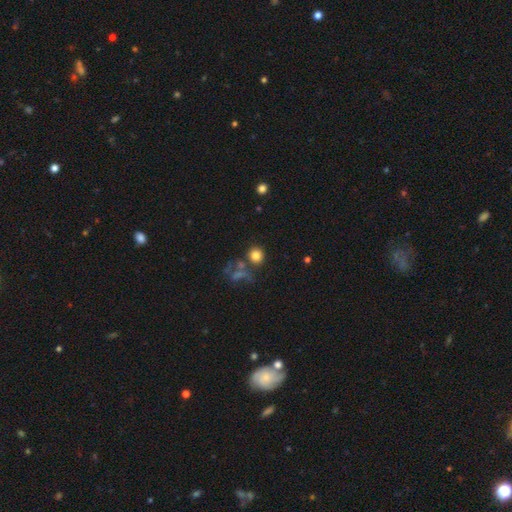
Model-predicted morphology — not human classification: A smooth galaxy with no disk features (79%) that is round (89%). Merging: none (69%).